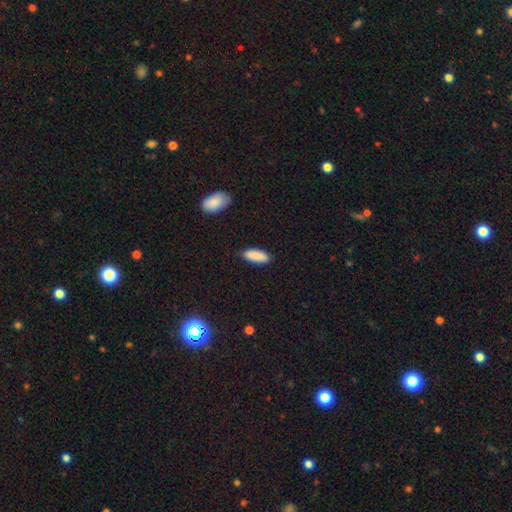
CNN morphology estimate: A smooth galaxy with no disk features (89%) that is in between round and cigar-shaped (71%). Merging: none (84%).